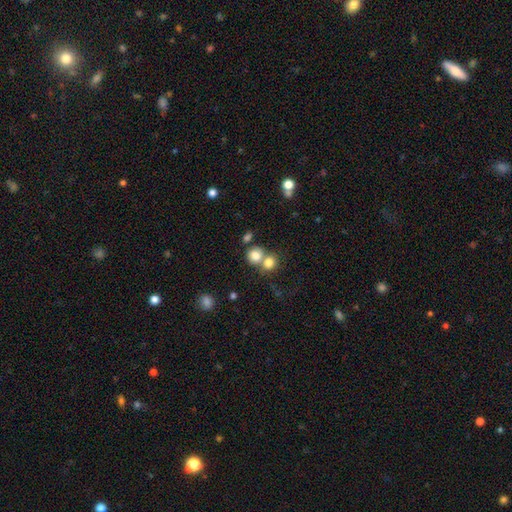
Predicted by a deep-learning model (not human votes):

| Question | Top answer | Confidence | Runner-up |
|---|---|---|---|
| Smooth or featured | smooth | 80% | star or artifact (11%) |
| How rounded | round | 80% | in between (19%) |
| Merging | merger | 46% | none (44%) |